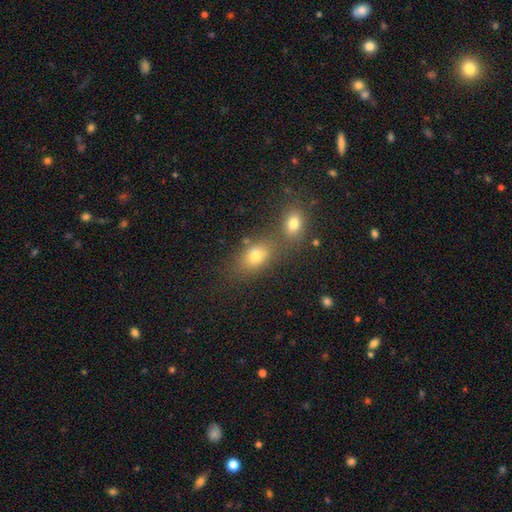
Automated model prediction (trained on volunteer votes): smooth-or-featured: smooth: 74% | star or artifact: 14% | featured or disk: 11%
  how-rounded: in between: 73% | round: 25% | cigar-shaped: 3%
  merging: none: 50% | merger: 35% | minor disturbance: 10% | major disturbance: 4%